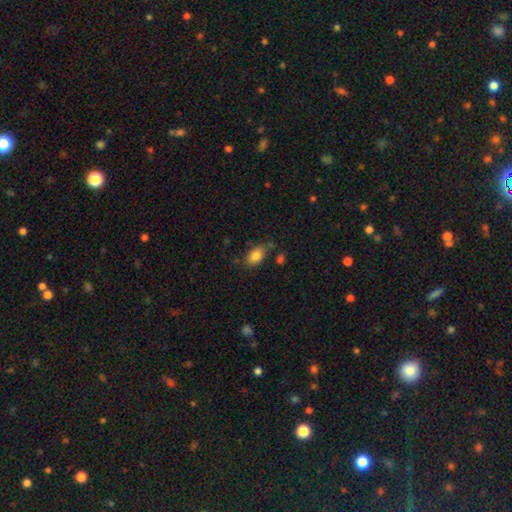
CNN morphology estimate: smooth_or_featured: smooth (p=0.83) [alt: star or artifact p=0.09]
how_rounded: in between (p=0.85) [alt: round p=0.13]
merging: none (p=0.65) [alt: minor disturbance p=0.23]